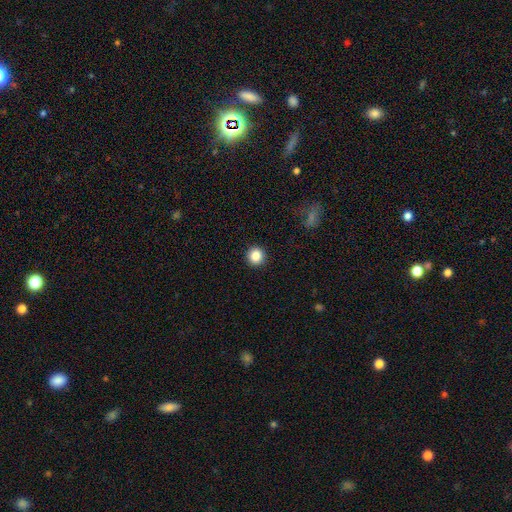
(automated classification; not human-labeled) Overall: smooth (85%). How rounded: round (94%). Merging: none (93%).